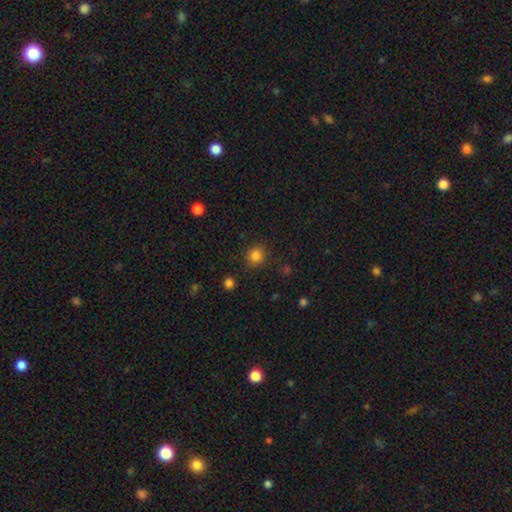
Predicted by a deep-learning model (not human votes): smooth_or_featured: smooth (p=0.84) [alt: star or artifact p=0.12]
how_rounded: round (p=0.90) [alt: in between p=0.09]
merging: none (p=0.88) [alt: minor disturbance p=0.07]